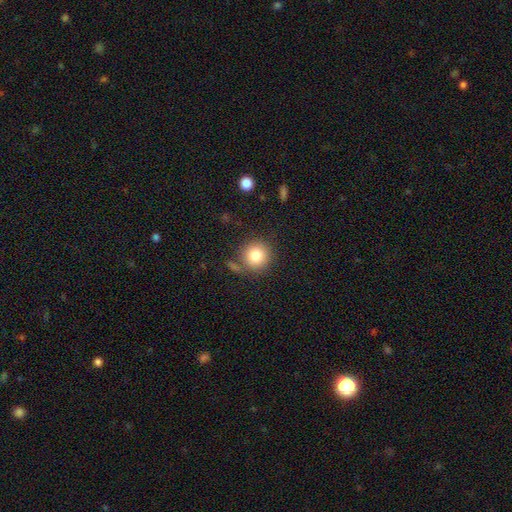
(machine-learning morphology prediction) Smooth or featured?
  - smooth: 83% *
  - star or artifact: 10%
  - featured or disk: 8%
How rounded?
  - round: 93% *
  - in between: 6%
  - cigar-shaped: 1%
Merging?
  - none: 76% *
  - minor disturbance: 11%
  - merger: 8%
  - major disturbance: 5%